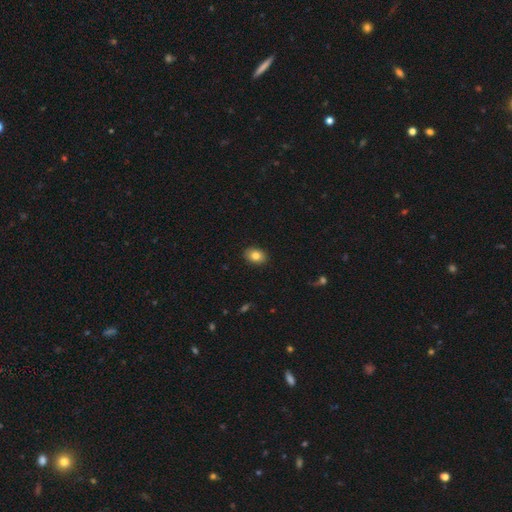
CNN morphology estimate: smooth 82%, featured or disk 9%, star or artifact 9%. Down the decision tree: how rounded — in between (75%); merging — none (90%).